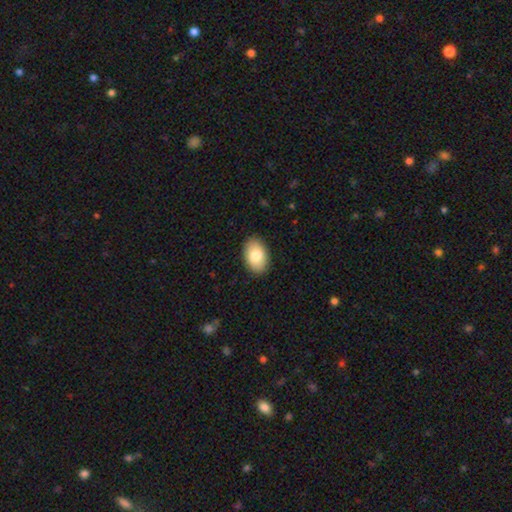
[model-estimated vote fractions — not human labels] A smooth galaxy with no disk features (83%) that is in between round and cigar-shaped (91%).

Vote fractions:
- Smooth or featured? smooth: 83% / featured or disk: 11% / star or artifact: 6%
- How rounded? in between: 91% / round: 8% / cigar-shaped: 1%
- Merging? none: 88% / minor disturbance: 9% / major disturbance: 2% / merger: 1%